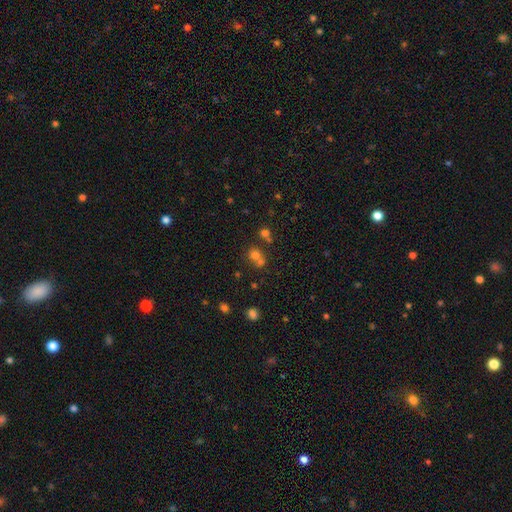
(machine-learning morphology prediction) type=smooth (63%); roundness=round (81%); merging=none (48%).